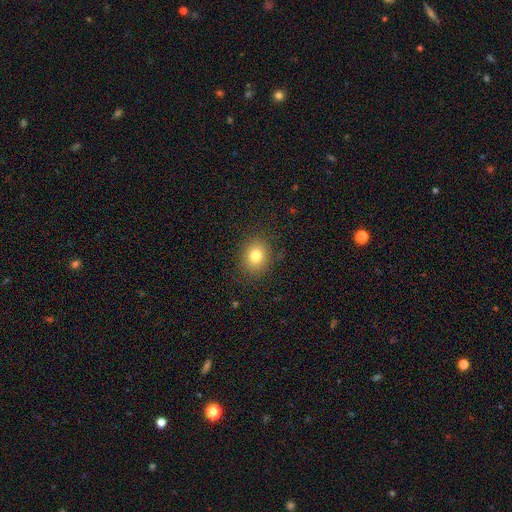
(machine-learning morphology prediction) smooth_or_featured: smooth (p=0.78) [alt: star or artifact p=0.12]
how_rounded: round (p=0.62) [alt: in between p=0.37]
merging: none (p=0.85) [alt: minor disturbance p=0.10]